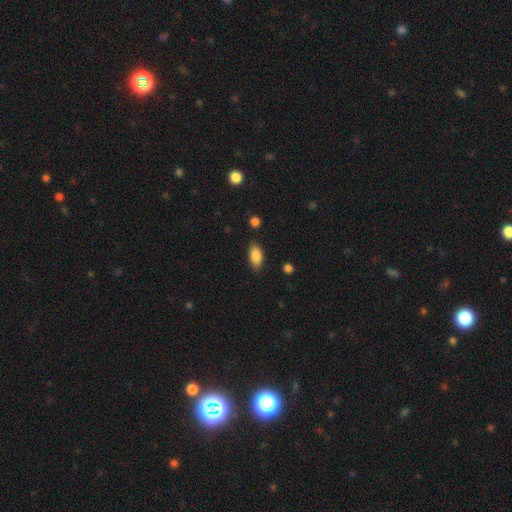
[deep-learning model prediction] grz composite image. It shows a smooth galaxy with no disk features (87%) that is in between round and cigar-shaped (91%). Merging: none (85%).